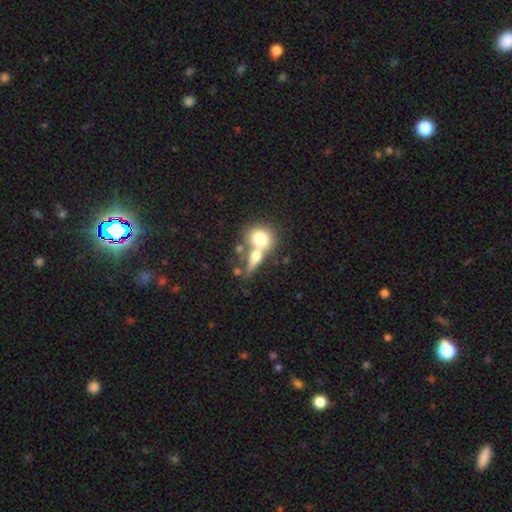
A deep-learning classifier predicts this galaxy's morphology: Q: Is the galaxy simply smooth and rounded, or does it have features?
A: smooth — 65%.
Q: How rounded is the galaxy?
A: round — 46%.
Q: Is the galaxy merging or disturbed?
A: merger — 61%.